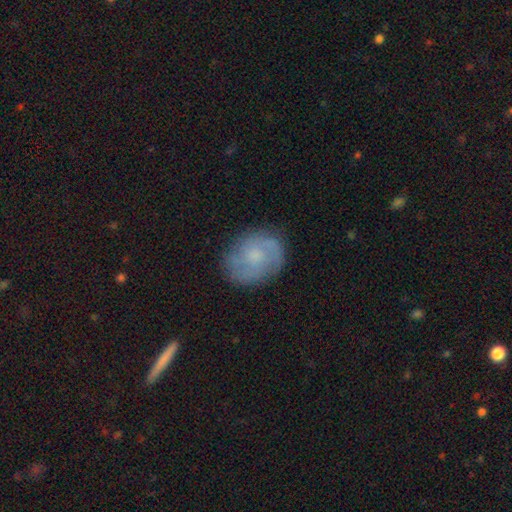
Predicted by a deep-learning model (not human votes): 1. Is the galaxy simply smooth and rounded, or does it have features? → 55% featured or disk, 37% smooth, 8% star or artifact.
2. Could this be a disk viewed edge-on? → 97% no, 3% yes.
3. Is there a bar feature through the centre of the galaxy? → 74% no, 23% weak, 3% strong.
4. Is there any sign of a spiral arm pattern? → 82% yes, 18% no.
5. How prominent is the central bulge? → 44% small, 38% moderate, 12% none, 4% large, 1% dominant.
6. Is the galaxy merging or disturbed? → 77% none, 16% minor disturbance, 5% major disturbance, 1% merger.